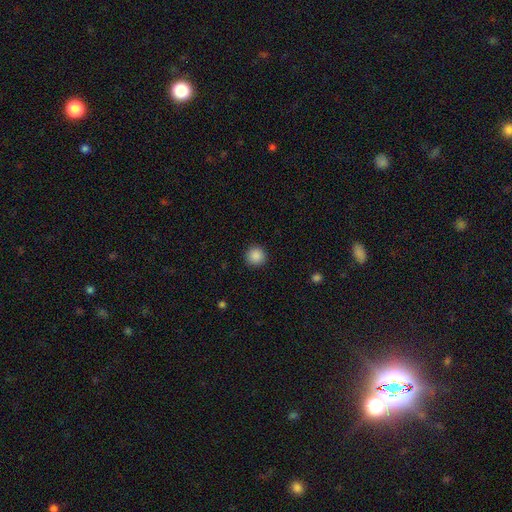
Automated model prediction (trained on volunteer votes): Smooth or featured?
  - smooth: 88% *
  - star or artifact: 10%
  - featured or disk: 3%
How rounded?
  - round: 95% *
  - in between: 4%
  - cigar-shaped: 1%
Merging?
  - none: 92% *
  - minor disturbance: 5%
  - major disturbance: 2%
  - merger: 1%